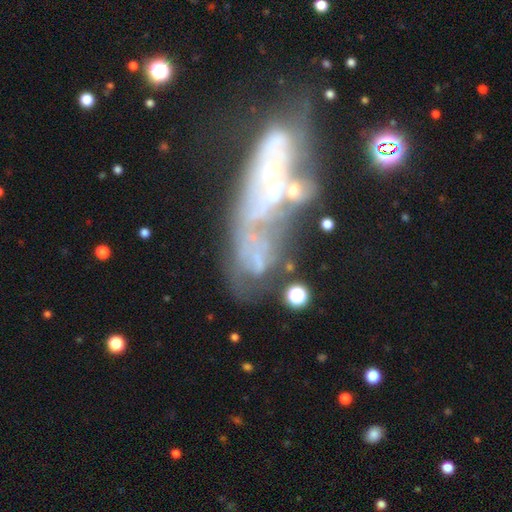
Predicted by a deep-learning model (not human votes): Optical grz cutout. It shows a featured or disk galaxy (53%). Merging: merger (45%).